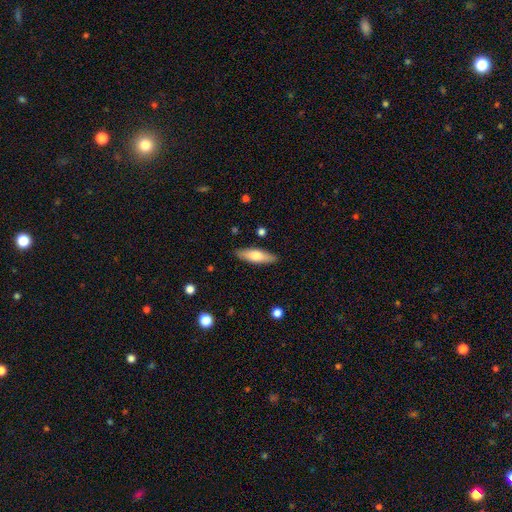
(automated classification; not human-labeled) A smooth galaxy with no disk features (62%) that is cigar-shaped (52%). Merging: none (88%).